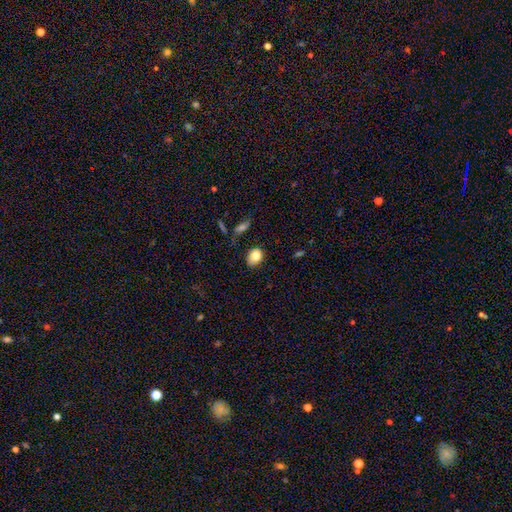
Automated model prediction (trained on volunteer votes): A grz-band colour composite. It shows a smooth galaxy with no disk features (81%) that is in between round and cigar-shaped (64%). Merging: none (80%).